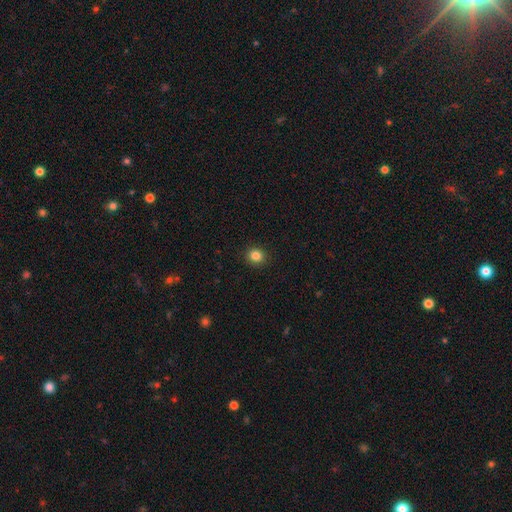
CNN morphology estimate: Smooth or featured: smooth — 84% (star or artifact — 11%)
How rounded: round — 87% (in between — 12%)
Merging: none — 93% (minor disturbance — 5%)